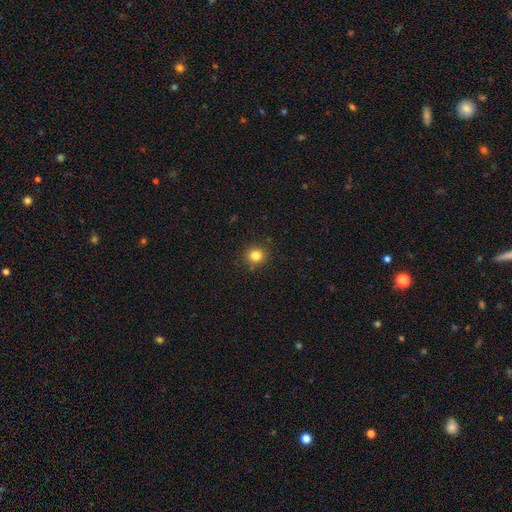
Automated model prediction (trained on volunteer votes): Smooth or featured: smooth — 82% (star or artifact — 12%)
How rounded: round — 88% (in between — 12%)
Merging: none — 90% (minor disturbance — 7%)